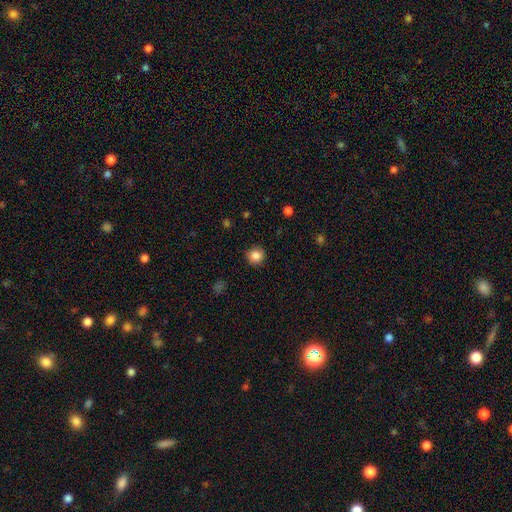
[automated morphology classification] Smooth or featured: smooth — 86% (star or artifact — 10%)
How rounded: round — 93% (in between — 6%)
Merging: none — 90% (minor disturbance — 6%)